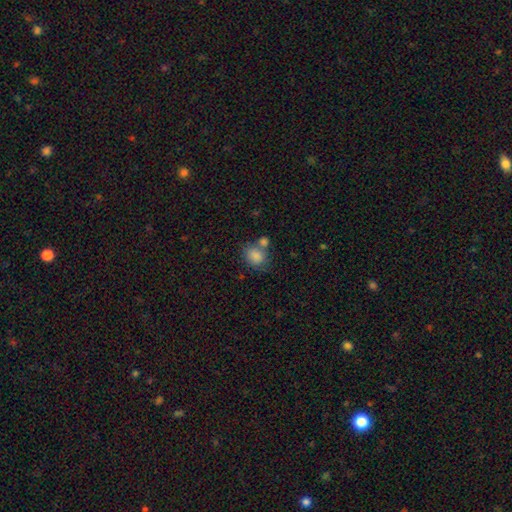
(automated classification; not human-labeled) The model was most divided on "how rounded": round: 50%, in between: 49%, cigar-shaped: 1%. More confident: smooth or featured — smooth (84%); merging — none (50%).